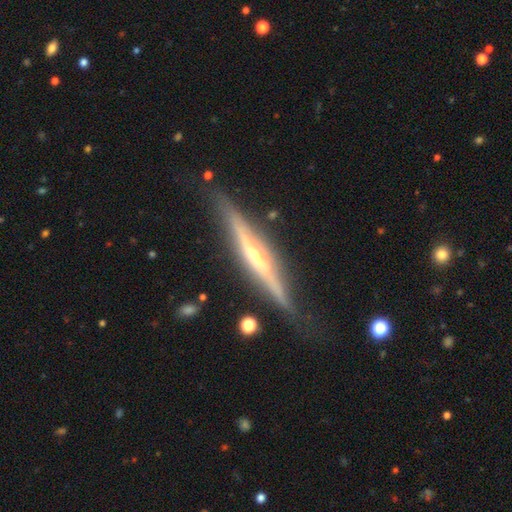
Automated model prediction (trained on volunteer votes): Smooth or featured? Predicted: featured or disk (p=0.80). Edge-on disk? Predicted: yes (p=0.96). Edge-on bulge? Predicted: rounded (p=0.64). Merging? Predicted: none (p=0.79).